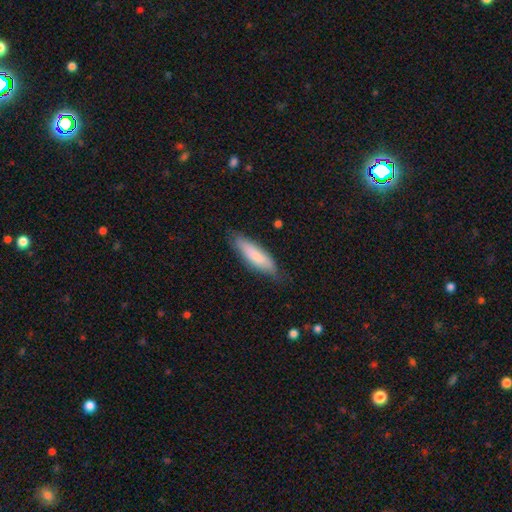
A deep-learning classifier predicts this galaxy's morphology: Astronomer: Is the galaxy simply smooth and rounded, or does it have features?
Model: smooth — 80%.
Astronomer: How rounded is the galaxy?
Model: cigar-shaped — 61% (runner-up: in between, 37%).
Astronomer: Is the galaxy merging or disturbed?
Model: none — 74%.